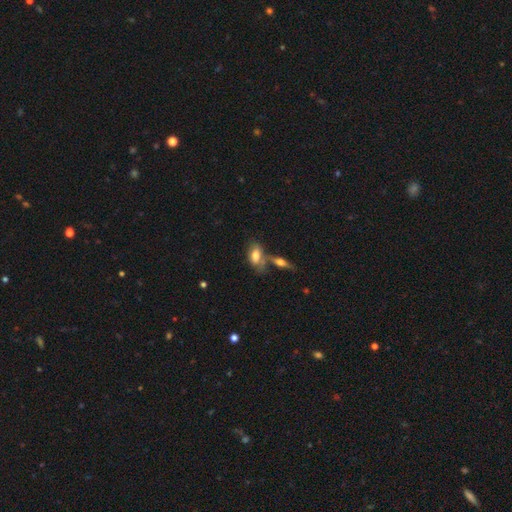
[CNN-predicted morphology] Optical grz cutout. It shows a smooth galaxy with no disk features (68%) that is in between round and cigar-shaped (88%). Merging: none (46%).